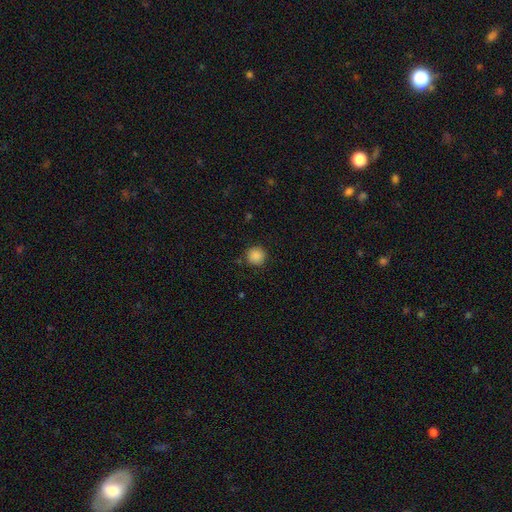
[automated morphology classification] Smooth or featured: smooth — 87% (star or artifact — 10%)
How rounded: round — 94% (in between — 5%)
Merging: none — 86% (minor disturbance — 10%)